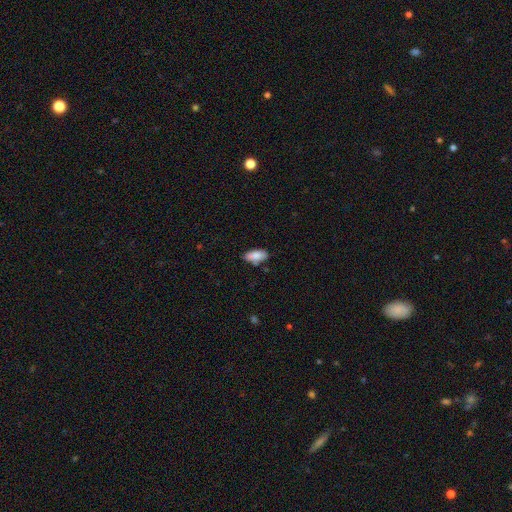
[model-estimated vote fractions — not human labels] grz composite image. It shows a smooth galaxy with no disk features (86%) that is in between round and cigar-shaped (88%). Merging: none (78%).